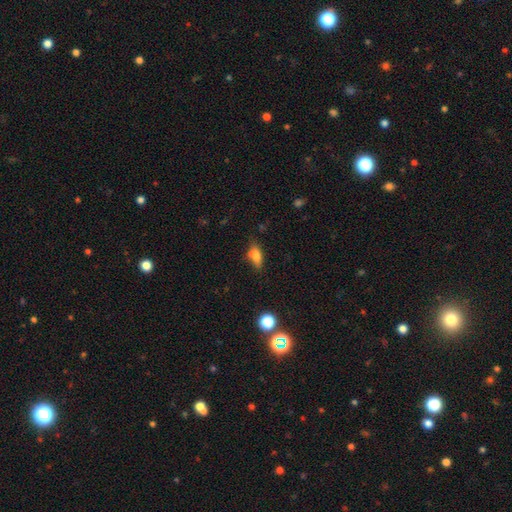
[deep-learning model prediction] The model was most divided on "merging": none: 60%, minor disturbance: 26%, major disturbance: 8%, merger: 6%. More confident: how rounded — in between (77%); smooth or featured — smooth (71%).